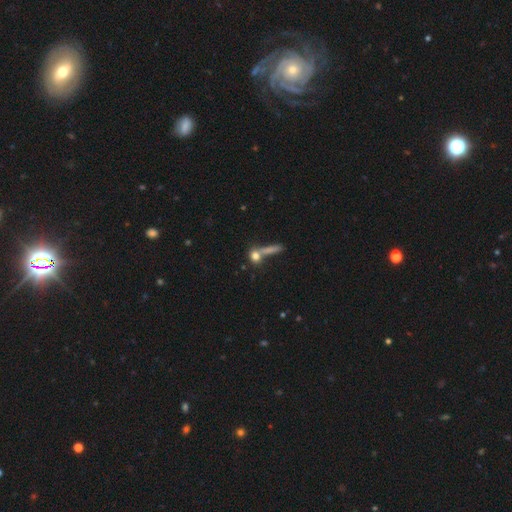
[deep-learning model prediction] This is likely a smooth galaxy (71%). How rounded: possibly round (58%). Merging: possibly none (49%).